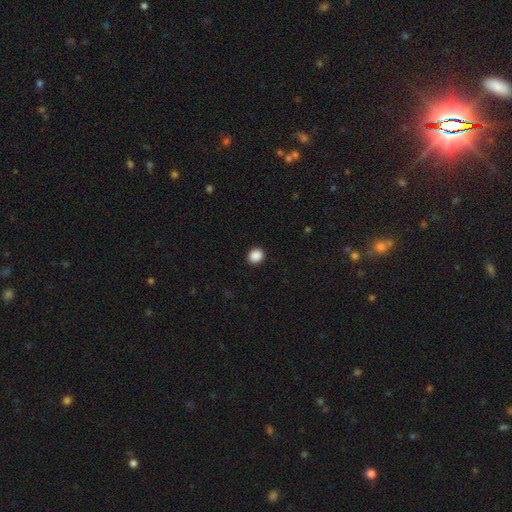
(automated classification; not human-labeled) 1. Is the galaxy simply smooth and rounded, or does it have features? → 89% smooth, 9% star or artifact, 2% featured or disk.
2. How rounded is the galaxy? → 75% round, 24% in between, 1% cigar-shaped.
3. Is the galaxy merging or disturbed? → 92% none, 6% minor disturbance, 2% major disturbance, 1% merger.